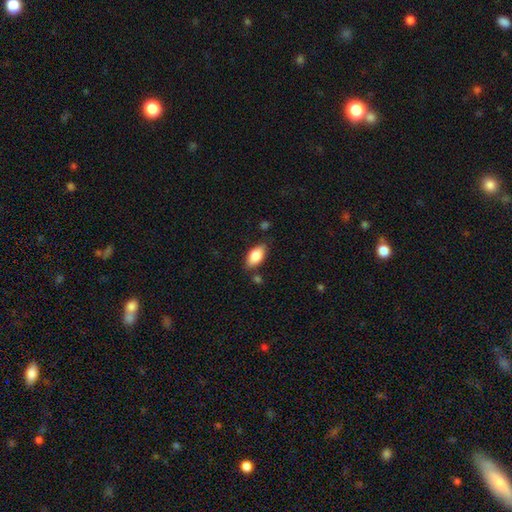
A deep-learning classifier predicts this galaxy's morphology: smooth 83%, featured or disk 10%, star or artifact 7%. Down the decision tree: how rounded — in between (92%); merging — none (77%).